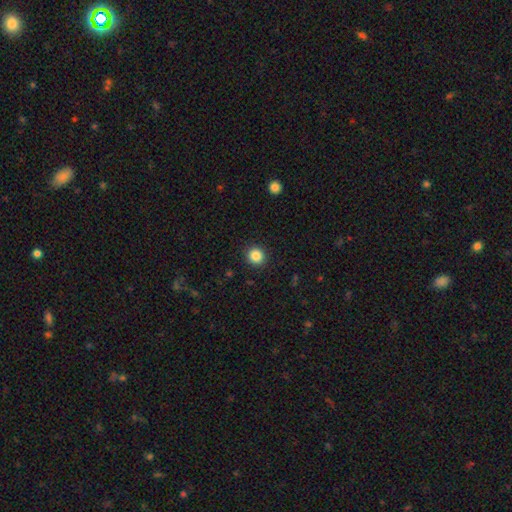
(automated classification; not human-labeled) smooth-or-featured: smooth: 86% | star or artifact: 10% | featured or disk: 4%
  how-rounded: round: 92% | in between: 7% | cigar-shaped: 1%
  merging: none: 92% | minor disturbance: 5% | major disturbance: 2% | merger: 1%